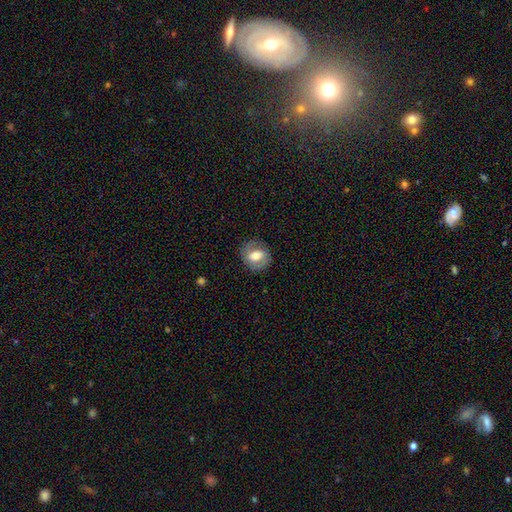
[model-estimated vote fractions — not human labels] A smooth galaxy with no disk features (57%) that is round (58%).

Vote fractions:
- Smooth or featured? smooth: 57% / featured or disk: 35% / star or artifact: 8%
- How rounded? round: 58% / in between: 40% / cigar-shaped: 1%
- Merging? none: 78% / minor disturbance: 15% / major disturbance: 6% / merger: 1%